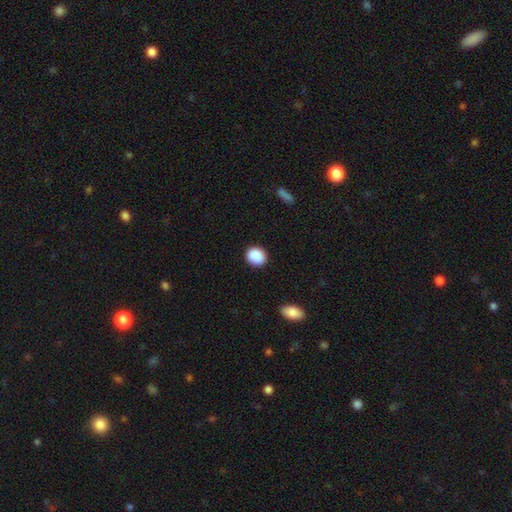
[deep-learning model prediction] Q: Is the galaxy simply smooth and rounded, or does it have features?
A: smooth — 90%.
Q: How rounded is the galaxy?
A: round — 78%.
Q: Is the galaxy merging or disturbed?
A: none — 90%.